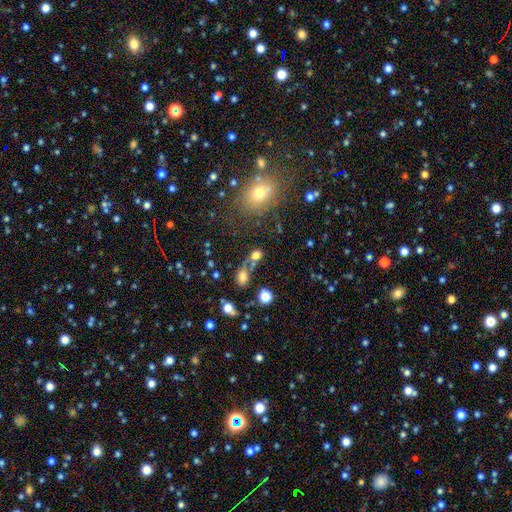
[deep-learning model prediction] A smooth galaxy with no disk features (68%) that is round (56%). Merging: none (41%).